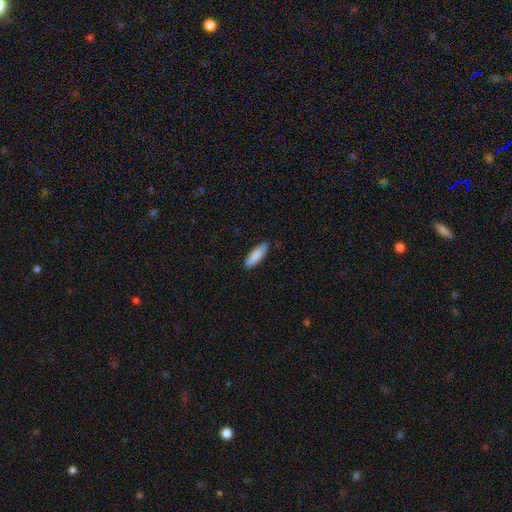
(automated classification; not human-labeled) A smooth galaxy with no disk features (86%) that is cigar-shaped (54%). Merging: none (86%).